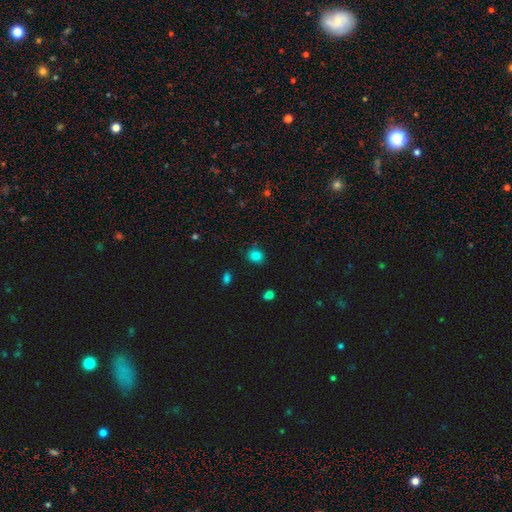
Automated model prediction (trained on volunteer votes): smooth-or-featured: smooth: 83% | star or artifact: 12% | featured or disk: 4%
  how-rounded: round: 72% | in between: 27% | cigar-shaped: 1%
  merging: none: 84% | minor disturbance: 11% | major disturbance: 3% | merger: 2%